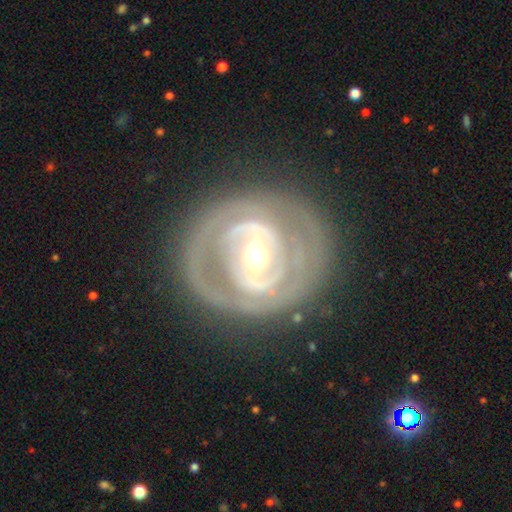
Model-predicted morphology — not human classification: featured or disk 82%, smooth 13%, star or artifact 5%. Down the decision tree: edge-on disk — no (95%); bar — strong (39%); spiral arms — yes (70%); spiral arm count — 2 (46%); spiral winding — tight (68%); bulge size — moderate (54%); merging — none (76%).